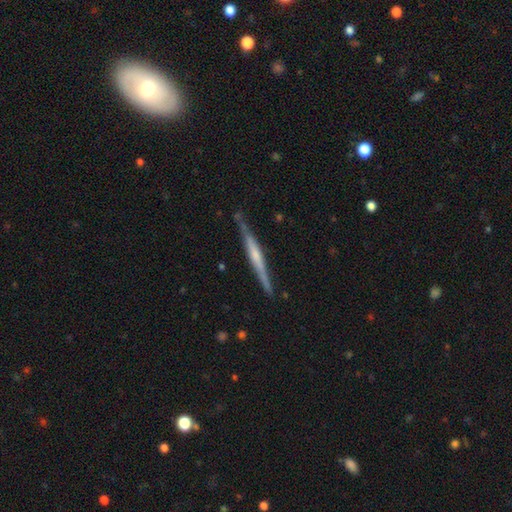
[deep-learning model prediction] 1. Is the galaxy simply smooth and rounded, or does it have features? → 65% featured or disk, 30% smooth, 6% star or artifact.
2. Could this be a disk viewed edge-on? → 97% yes, 3% no.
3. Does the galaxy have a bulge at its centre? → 44% none, 36% rounded, 19% boxy.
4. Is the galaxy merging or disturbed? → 83% none, 13% minor disturbance, 2% major disturbance, 2% merger.